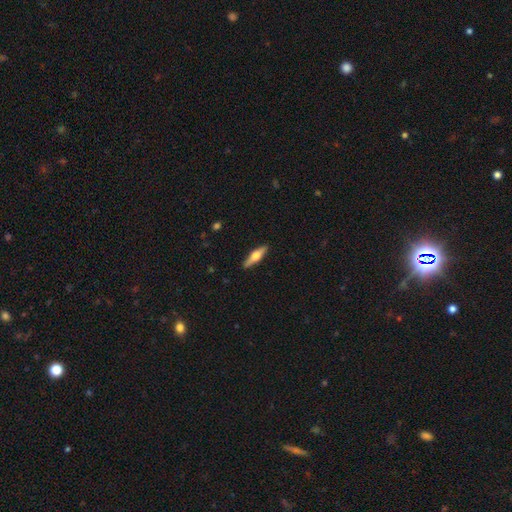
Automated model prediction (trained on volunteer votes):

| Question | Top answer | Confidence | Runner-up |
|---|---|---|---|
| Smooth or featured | featured or disk | 48% | smooth (47%) |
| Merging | none | 89% | minor disturbance (8%) |